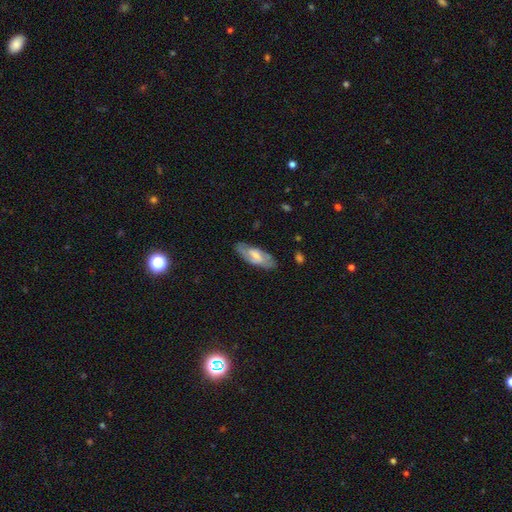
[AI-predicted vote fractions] Morphology: type=featured or disk (60%); edge-on=no (86%); bar=weak (48%); spiral arms=yes (77%); bulge=moderate (45%); merging=none (78%).